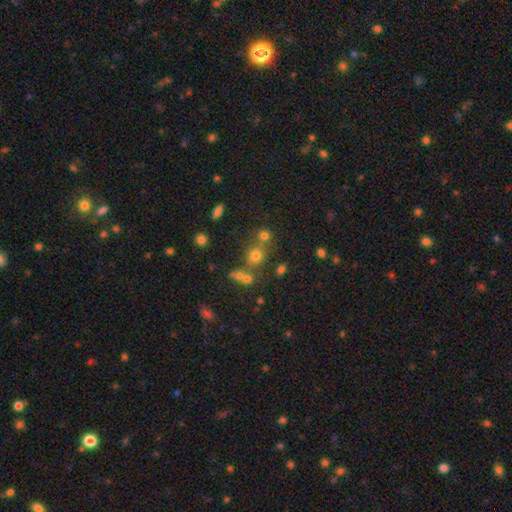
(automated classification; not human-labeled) smooth_or_featured: smooth (p=0.64) [alt: star or artifact p=0.24]
how_rounded: round (p=0.83) [alt: in between p=0.16]
merging: none (p=0.59) [alt: merger p=0.27]